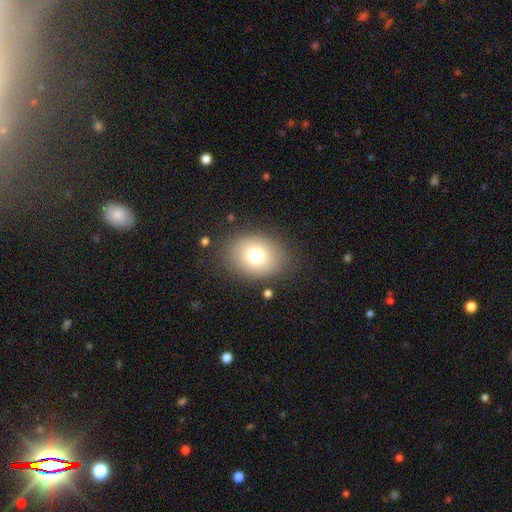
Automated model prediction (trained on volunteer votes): Q: Smooth or featured?
A: smooth (75%); runner-up: featured or disk (13%)
Q: How rounded?
A: in between (54%); runner-up: round (45%)
Q: Merging?
A: none (84%); runner-up: minor disturbance (10%)